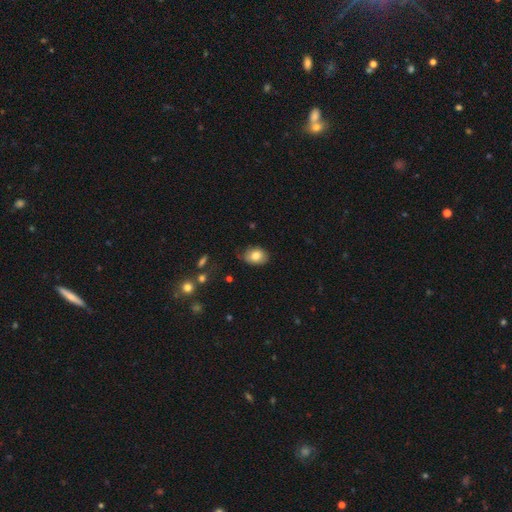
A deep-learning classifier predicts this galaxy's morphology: Q: Smooth or featured?
A: smooth (81%); runner-up: featured or disk (11%)
Q: How rounded?
A: in between (75%); runner-up: round (24%)
Q: Merging?
A: none (69%); runner-up: minor disturbance (25%)